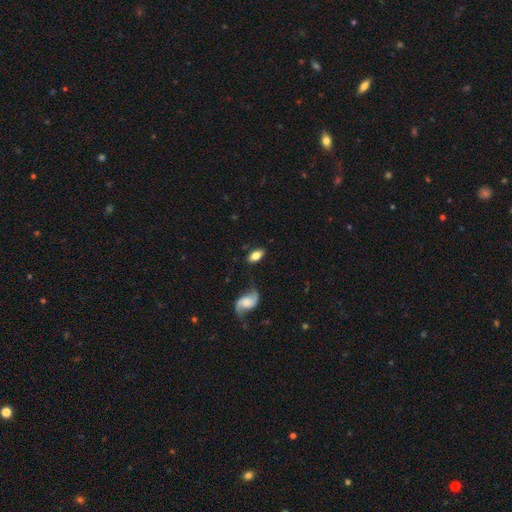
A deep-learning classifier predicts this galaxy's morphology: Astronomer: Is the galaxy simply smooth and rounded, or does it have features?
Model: smooth — 72%.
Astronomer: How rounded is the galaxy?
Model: in between — 90%.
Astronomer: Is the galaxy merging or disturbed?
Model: none — 76%.